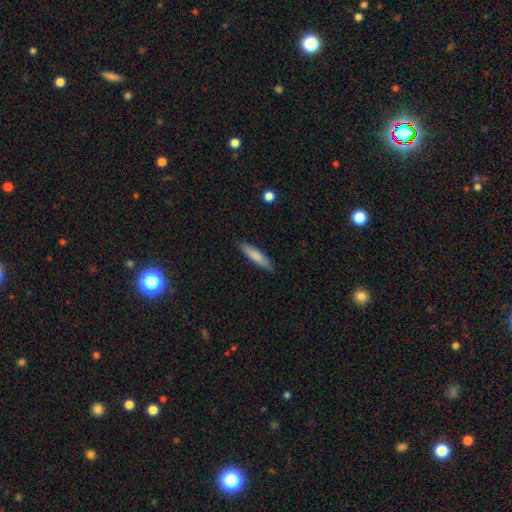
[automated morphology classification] The model was most divided on "how rounded": cigar-shaped: 77%, in between: 22%, round: 1%. More confident: merging — none (85%); smooth or featured — smooth (81%).